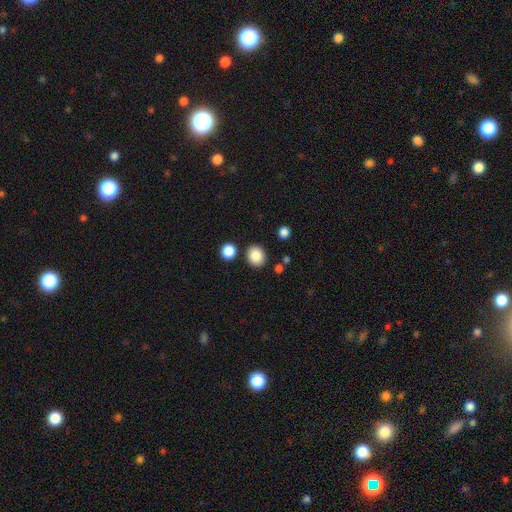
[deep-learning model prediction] Smooth or featured: smooth — 86% (star or artifact — 10%)
How rounded: round — 71% (in between — 28%)
Merging: none — 85% (minor disturbance — 8%)